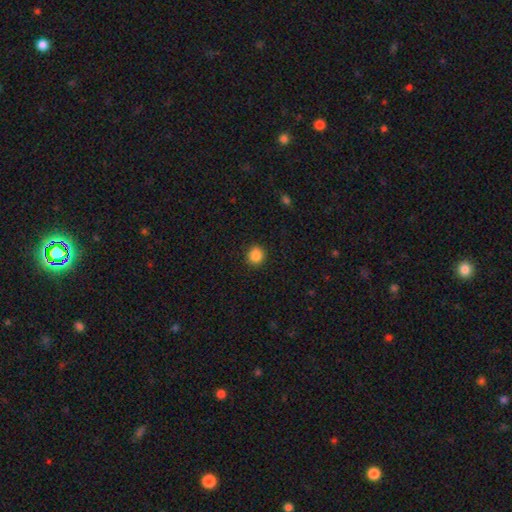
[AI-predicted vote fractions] Q: Smooth or featured?
A: smooth (86%); runner-up: star or artifact (10%)
Q: How rounded?
A: round (90%); runner-up: in between (9%)
Q: Merging?
A: none (91%); runner-up: minor disturbance (6%)